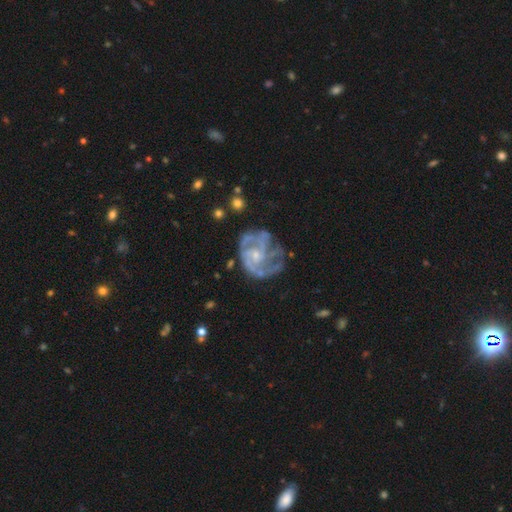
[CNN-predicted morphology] Overall: featured or disk (88%). Edge-on disk: no (98%). Bar: no (67%; weak 28%). Spiral arms: yes (94%). Spiral arm count: 3 (36%; can't tell 20%). Spiral winding: tight (46%; medium 43%). Bulge size: small (69%). Merging: none (58%; minor disturbance 22%).